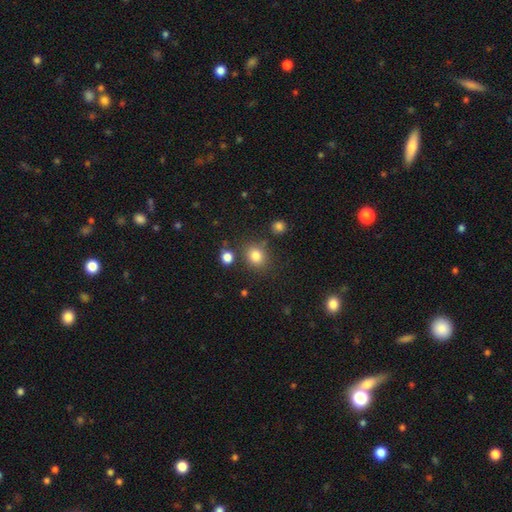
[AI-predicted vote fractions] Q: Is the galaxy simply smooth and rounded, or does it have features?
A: smooth — 81%.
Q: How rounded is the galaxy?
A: round — 70%.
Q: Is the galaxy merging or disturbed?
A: none — 78%.